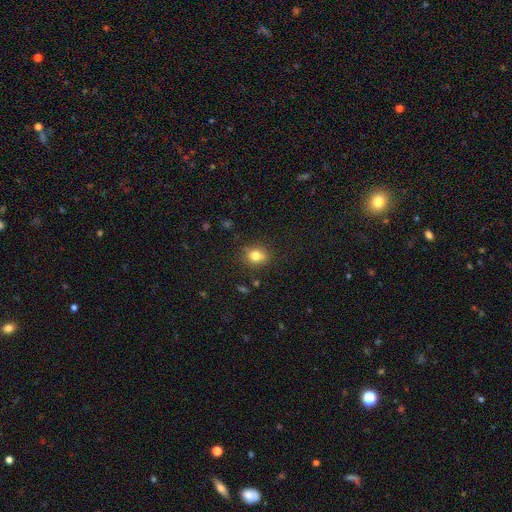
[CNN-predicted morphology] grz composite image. It shows a smooth galaxy with no disk features (76%) that is round (67%). Merging: none (74%).